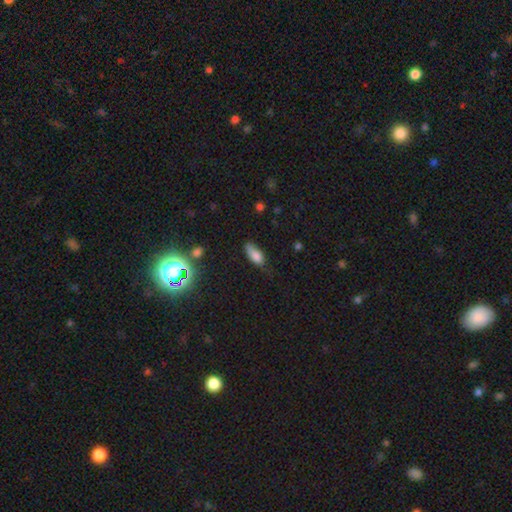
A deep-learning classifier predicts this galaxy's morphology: smooth-or-featured: smooth: 77% | featured or disk: 13% | star or artifact: 10%
  how-rounded: in between: 81% | cigar-shaped: 16% | round: 3%
  merging: none: 50% | minor disturbance: 36% | major disturbance: 11% | merger: 3%